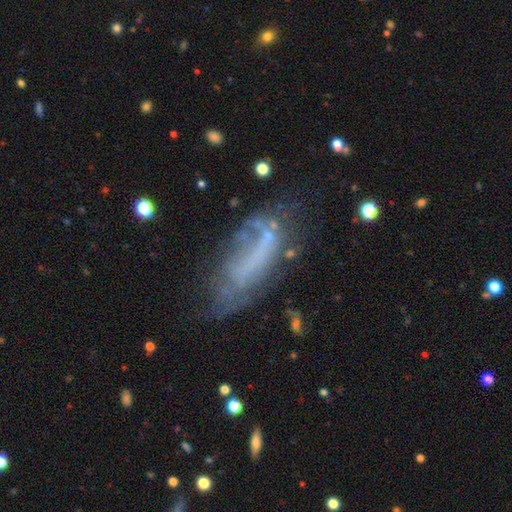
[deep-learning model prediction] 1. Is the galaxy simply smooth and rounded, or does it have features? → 49% featured or disk, 37% smooth, 14% star or artifact.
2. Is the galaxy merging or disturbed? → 44% none, 26% minor disturbance, 25% major disturbance, 5% merger.